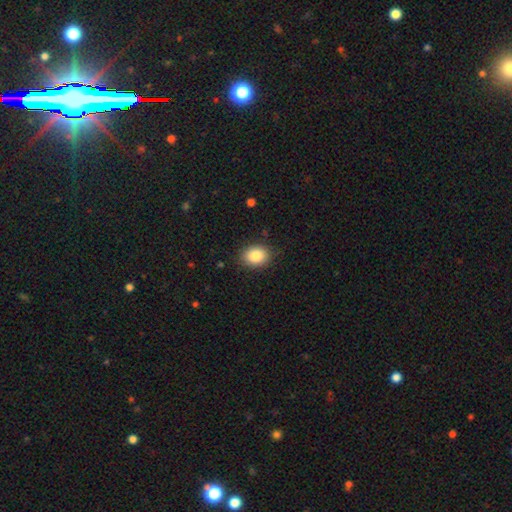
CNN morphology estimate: Smooth or featured?
  - smooth: 86% *
  - star or artifact: 8%
  - featured or disk: 6%
How rounded?
  - in between: 60% *
  - round: 40%
  - cigar-shaped: 1%
Merging?
  - none: 86% *
  - minor disturbance: 11%
  - major disturbance: 3%
  - merger: 1%